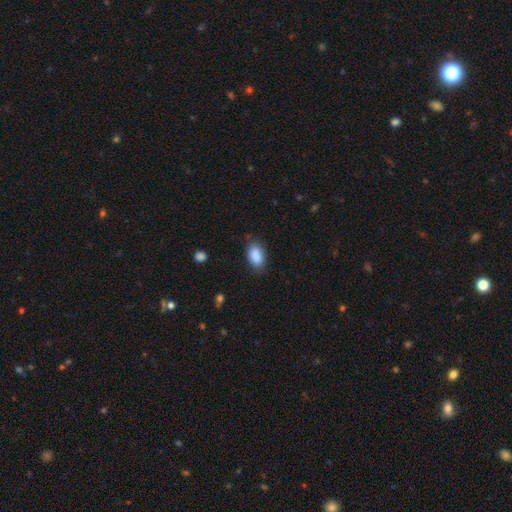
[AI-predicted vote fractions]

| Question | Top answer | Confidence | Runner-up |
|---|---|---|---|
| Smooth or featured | smooth | 89% | star or artifact (7%) |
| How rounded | in between | 91% | round (7%) |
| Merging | none | 80% | minor disturbance (15%) |